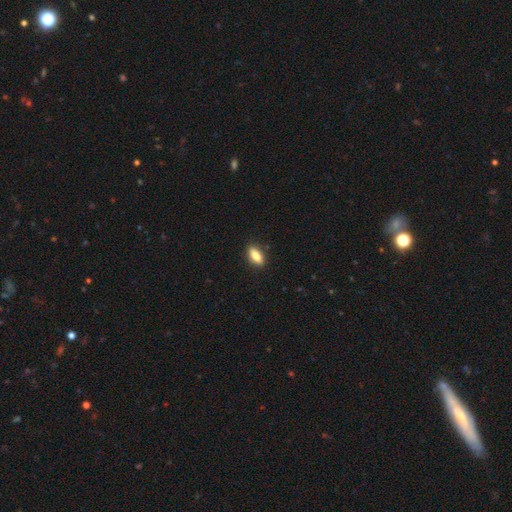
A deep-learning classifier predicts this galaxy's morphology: smooth-or-featured: smooth: 83% | featured or disk: 10% | star or artifact: 7%
  how-rounded: in between: 79% | cigar-shaped: 18% | round: 3%
  merging: none: 87% | minor disturbance: 10% | major disturbance: 2% | merger: 1%